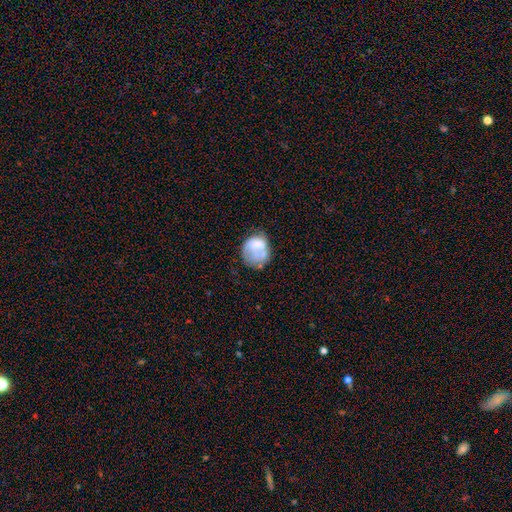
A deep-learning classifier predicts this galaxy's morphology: smooth 57%, featured or disk 34%, star or artifact 9%. Down the decision tree: how rounded — round (61%); merging — none (38%).